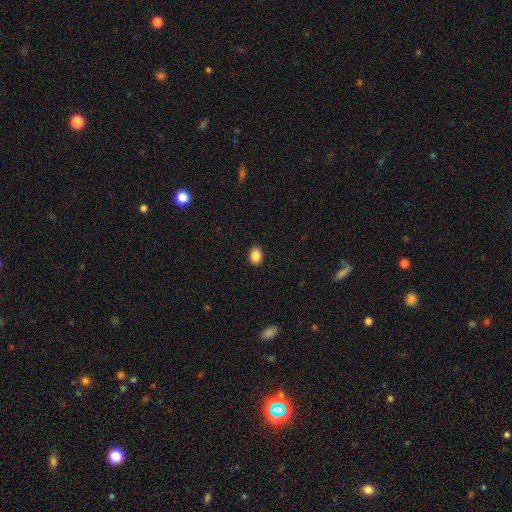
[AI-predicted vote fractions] A smooth galaxy with no disk features (87%) that is in between round and cigar-shaped (65%). Merging: none (91%).